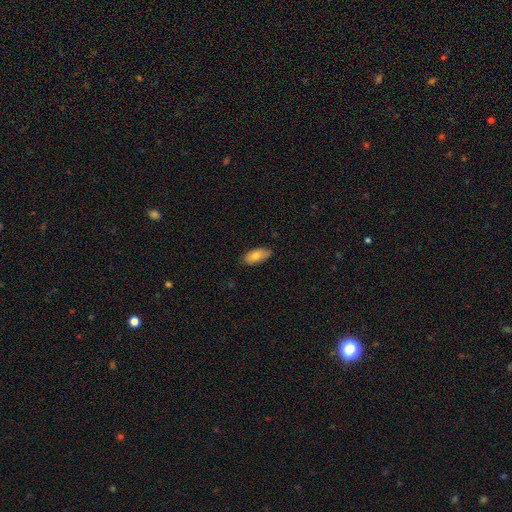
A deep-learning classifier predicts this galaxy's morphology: Overall: smooth (76%). How rounded: in between (92%). Merging: none (79%).